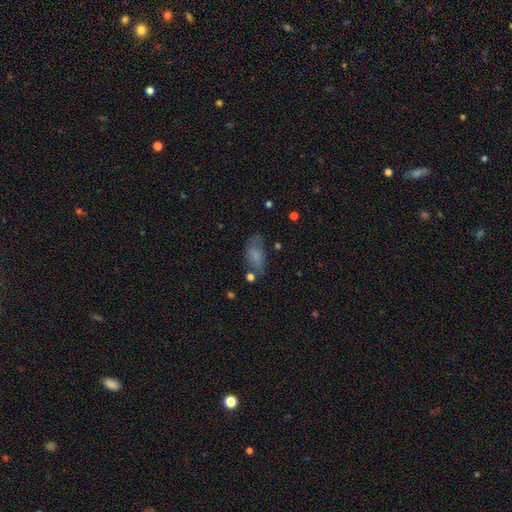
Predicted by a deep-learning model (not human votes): Overall: smooth (67%). How rounded: in between (87%). Merging: none (46%; minor disturbance 28%).